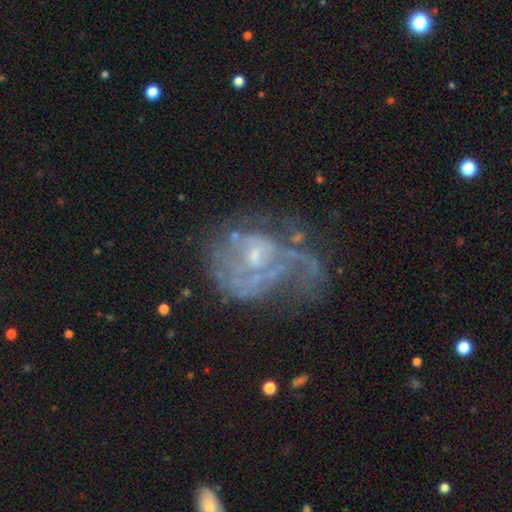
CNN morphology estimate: Overall: featured or disk (76%). Edge-on disk: no (98%). Bar: no (68%). Spiral arms: yes (68%; no 32%). Spiral arm count: 1 (34%; can't tell 33%). Spiral winding: medium (34%, tied with tight). Bulge size: small (58%; moderate 25%). Merging: major disturbance (42%; none 33%).